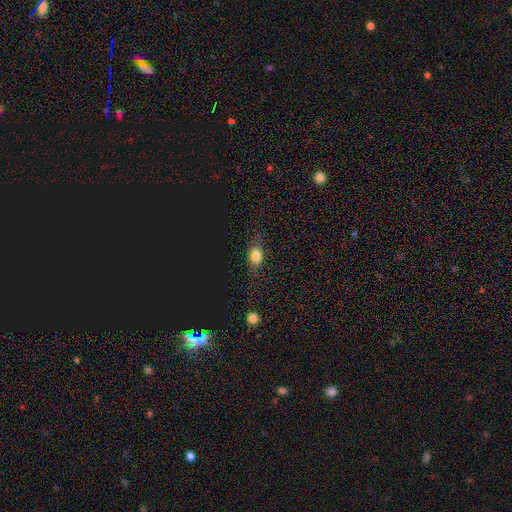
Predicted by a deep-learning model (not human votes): smooth_or_featured: smooth (p=0.73) [alt: star or artifact p=0.17]
how_rounded: in between (p=0.65) [alt: round p=0.30]
merging: none (p=0.75) [alt: minor disturbance p=0.17]